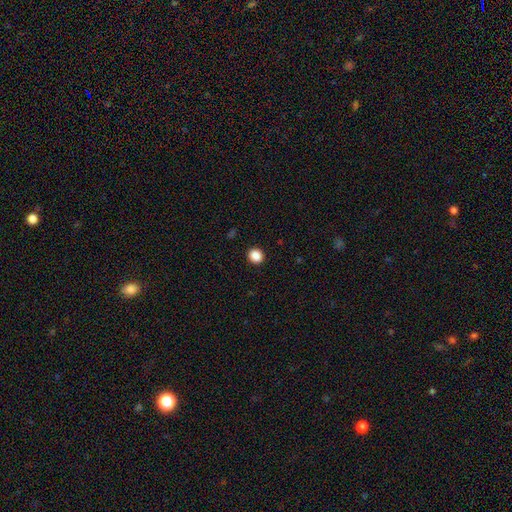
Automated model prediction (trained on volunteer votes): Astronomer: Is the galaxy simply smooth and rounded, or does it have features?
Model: smooth — 88%.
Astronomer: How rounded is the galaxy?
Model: round — 87%.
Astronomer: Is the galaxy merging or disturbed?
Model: none — 93%.